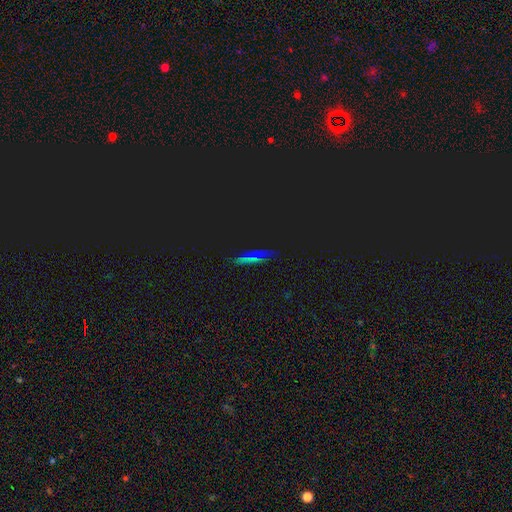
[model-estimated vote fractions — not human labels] Smooth or featured: star or artifact — 55% (smooth — 33%)